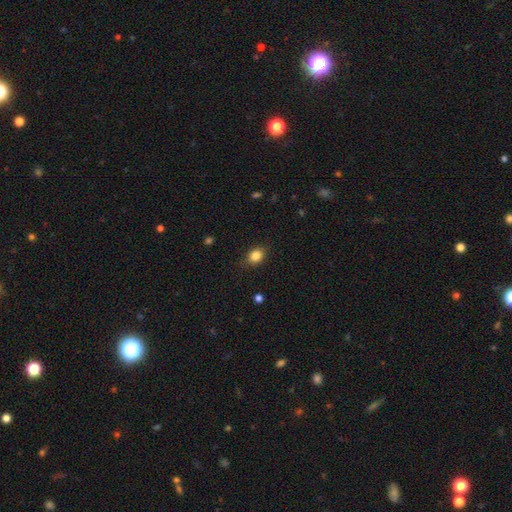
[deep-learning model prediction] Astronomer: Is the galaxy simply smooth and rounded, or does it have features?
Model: smooth — 84%.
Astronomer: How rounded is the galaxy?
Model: in between — 56% (runner-up: round, 43%).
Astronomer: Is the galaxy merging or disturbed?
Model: none — 82%.